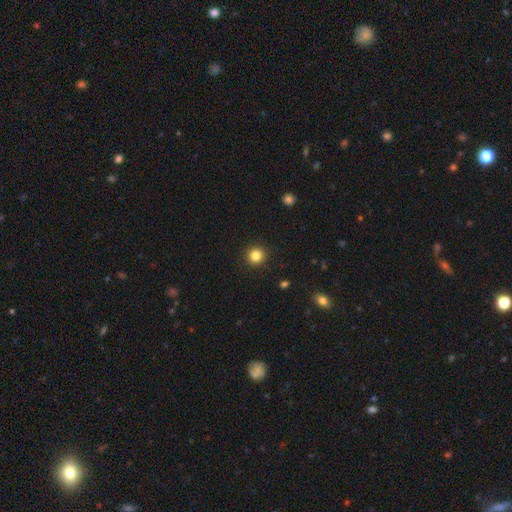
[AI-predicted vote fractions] Morphology: type=smooth (84%); roundness=round (94%); merging=none (93%).